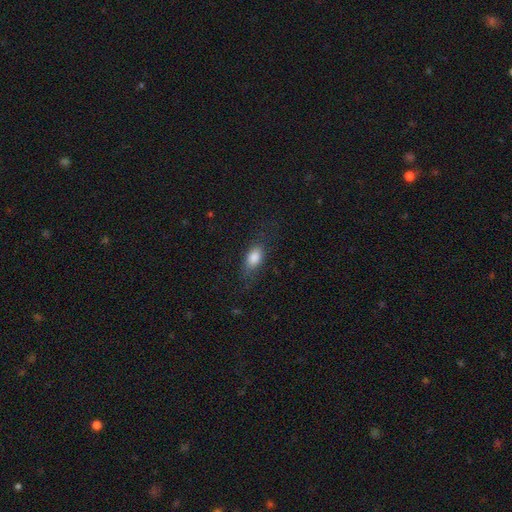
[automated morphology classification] smooth 81%, featured or disk 11%, star or artifact 8%. Down the decision tree: how rounded — in between (83%); merging — none (67%).